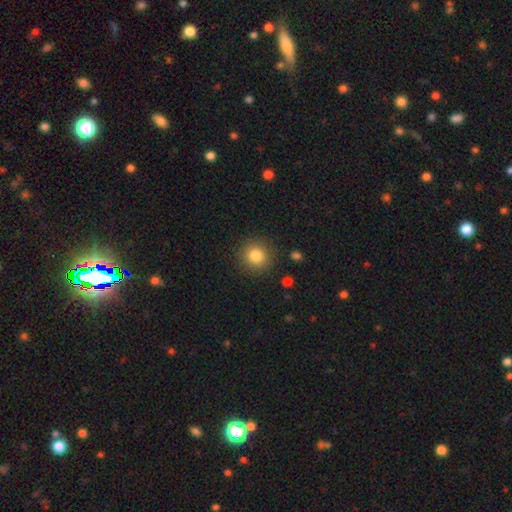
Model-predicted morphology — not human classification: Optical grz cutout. It shows a smooth galaxy with no disk features (83%) that is round (93%). Merging: none (90%).